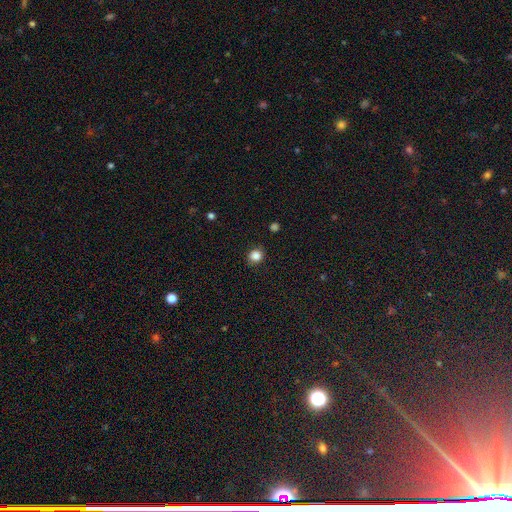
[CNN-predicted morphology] This is clearly a smooth galaxy (85%). How rounded: clearly round (83%). Merging: clearly none (87%).